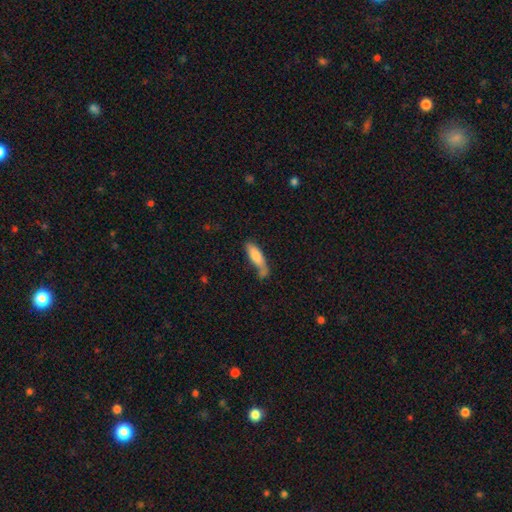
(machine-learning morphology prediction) smooth 79%, featured or disk 14%, star or artifact 7%. Down the decision tree: how rounded — in between (49%, tied with cigar-shaped); merging — none (44%).